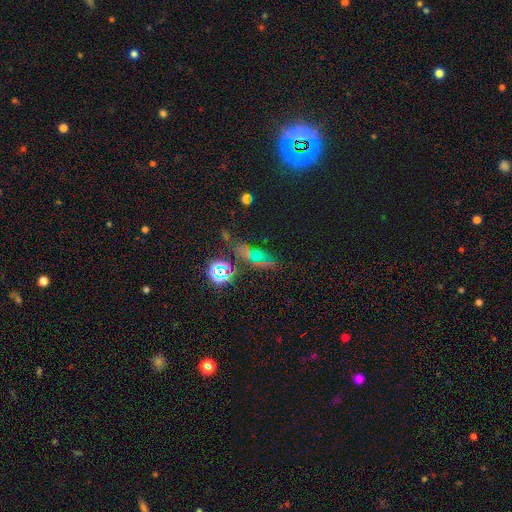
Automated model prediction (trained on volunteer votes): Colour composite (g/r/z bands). It shows a star or artifact, not a galaxy (50%).